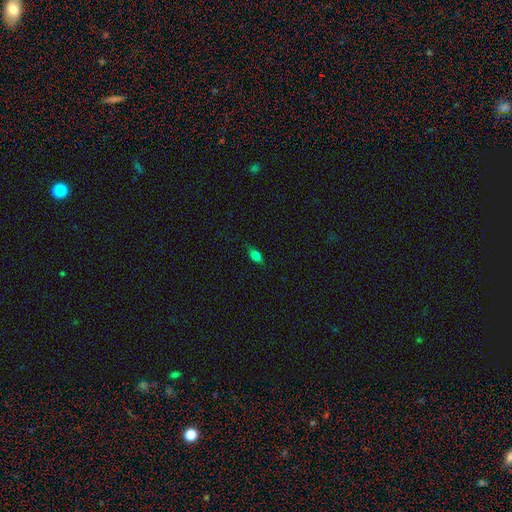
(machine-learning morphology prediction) Overall: smooth (79%). How rounded: in between (82%). Merging: none (74%).